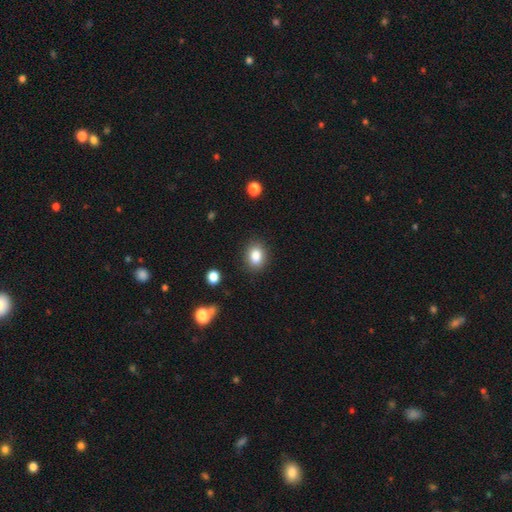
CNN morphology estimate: Q: Smooth or featured?
A: smooth (85%); runner-up: star or artifact (10%)
Q: How rounded?
A: in between (58%); runner-up: round (41%)
Q: Merging?
A: none (86%); runner-up: minor disturbance (9%)